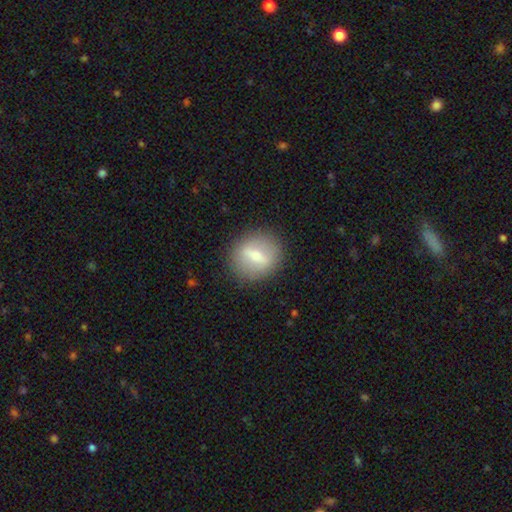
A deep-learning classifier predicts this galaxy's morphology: Smooth or featured: smooth — 52% (featured or disk — 40%)
How rounded: round — 78% (in between — 20%)
Merging: none — 86% (minor disturbance — 9%)